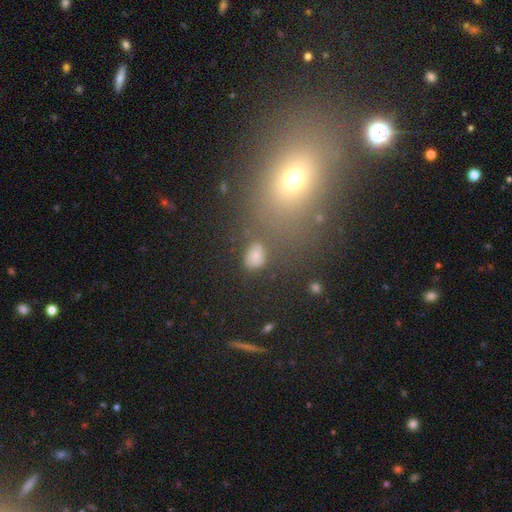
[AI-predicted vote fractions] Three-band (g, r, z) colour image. It shows a smooth galaxy with no disk features (64%) that is in between round and cigar-shaped (68%). Merging: none (64%).